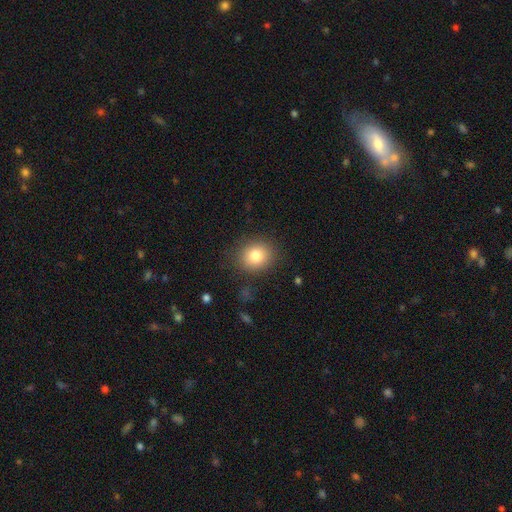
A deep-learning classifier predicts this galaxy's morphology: Overall: smooth (81%). How rounded: round (71%). Merging: none (86%).